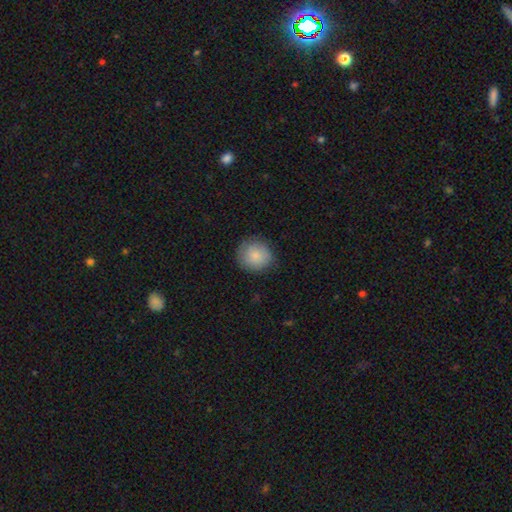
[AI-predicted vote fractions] The model was most divided on "merging": none: 84%, minor disturbance: 12%, major disturbance: 3%, merger: 1%. More confident: how rounded — round (91%); smooth or featured — smooth (86%).